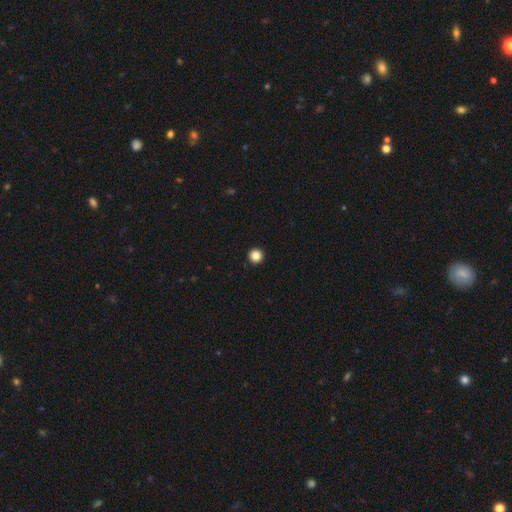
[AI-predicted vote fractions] Smooth or featured?
  - smooth: 85% *
  - star or artifact: 11%
  - featured or disk: 3%
How rounded?
  - round: 97% *
  - in between: 2%
  - cigar-shaped: 1%
Merging?
  - none: 95% *
  - minor disturbance: 3%
  - major disturbance: 1%
  - merger: 1%